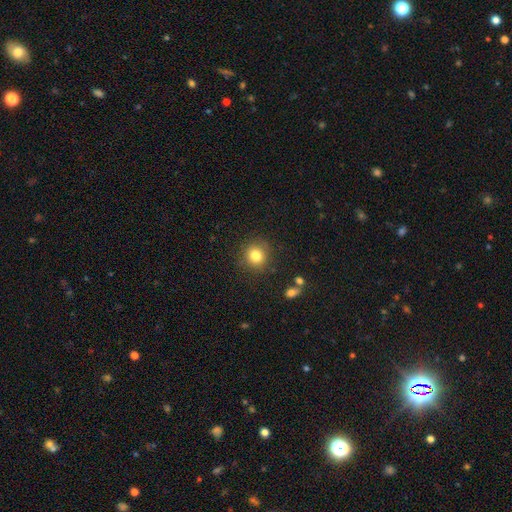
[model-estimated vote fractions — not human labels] smooth-or-featured: smooth: 82% | star or artifact: 11% | featured or disk: 7%
  how-rounded: round: 90% | in between: 9% | cigar-shaped: 1%
  merging: none: 86% | minor disturbance: 9% | major disturbance: 3% | merger: 2%